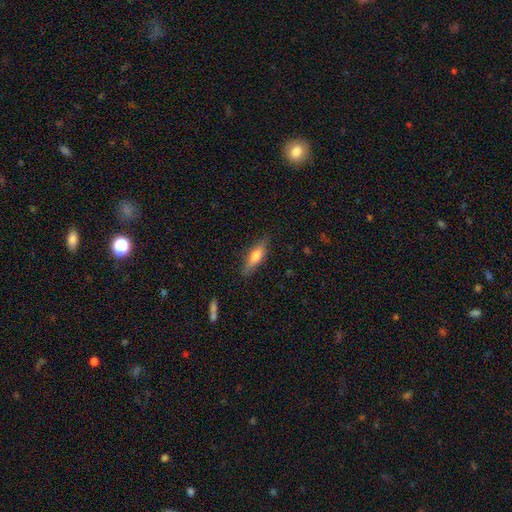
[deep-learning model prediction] smooth_or_featured: smooth (p=0.66) [alt: featured or disk p=0.27]
how_rounded: cigar-shaped (p=0.57) [alt: in between p=0.41]
merging: none (p=0.83) [alt: minor disturbance p=0.13]